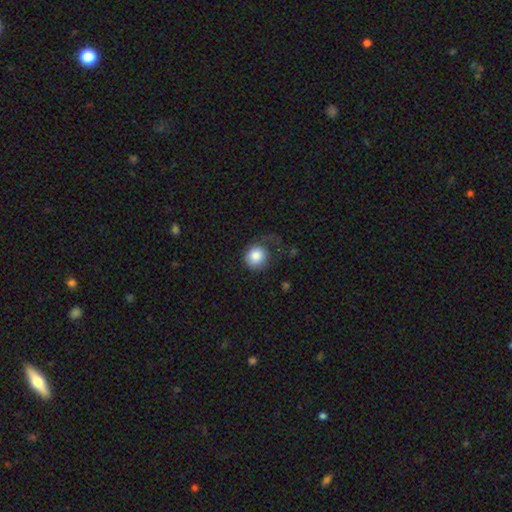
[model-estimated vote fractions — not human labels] Smooth or featured?
  - smooth: 83% *
  - featured or disk: 10%
  - star or artifact: 7%
How rounded?
  - round: 86% *
  - in between: 13%
  - cigar-shaped: 1%
Merging?
  - none: 47% *
  - major disturbance: 28%
  - minor disturbance: 23%
  - merger: 2%